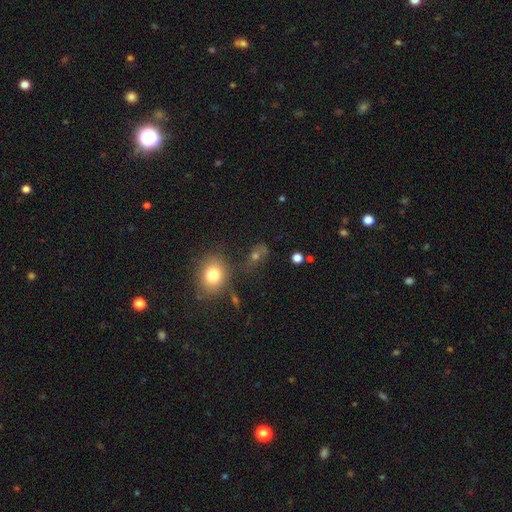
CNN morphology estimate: type=smooth (52%); roundness=in between (59%); merging=none (64%).